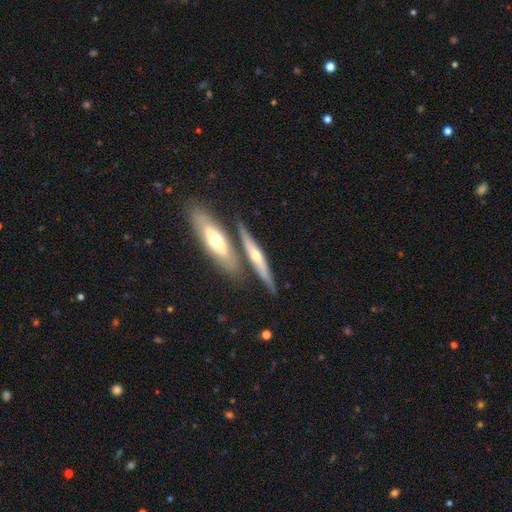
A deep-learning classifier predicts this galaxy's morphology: A featured or disk galaxy (62%) viewed edge-on (88%) with a rounded central bulge (87%).

Vote fractions:
- Smooth or featured? featured or disk: 62% / smooth: 32% / star or artifact: 6%
- Edge-on disk? yes: 88% / no: 12%
- Edge-on bulge? rounded: 87% / none: 9% / boxy: 4%
- Merging? none: 63% / merger: 24% / minor disturbance: 10% / major disturbance: 3%